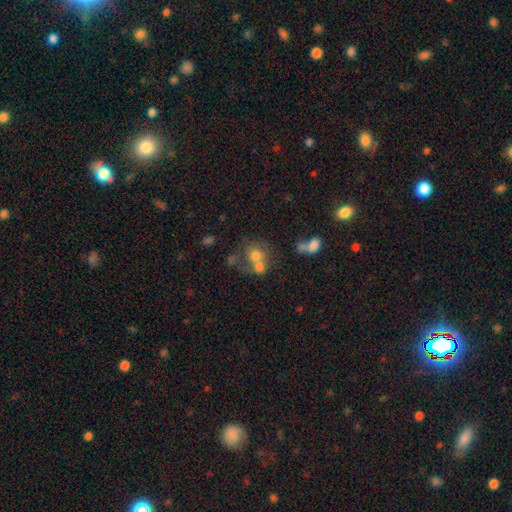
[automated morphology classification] Smooth or featured?
  - smooth: 62% *
  - featured or disk: 25%
  - star or artifact: 12%
How rounded?
  - round: 72% *
  - in between: 27%
  - cigar-shaped: 1%
Merging?
  - merger: 56% *
  - none: 27%
  - minor disturbance: 9%
  - major disturbance: 8%